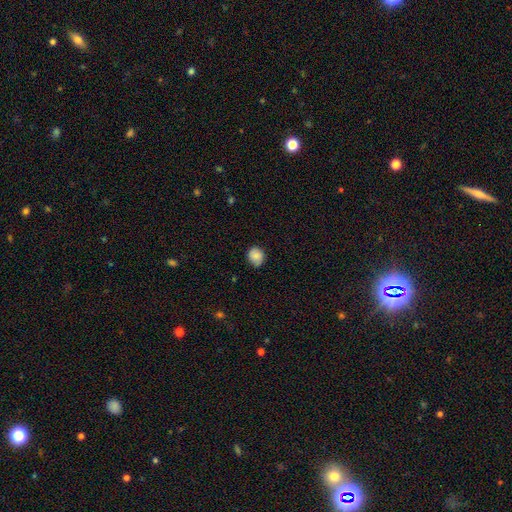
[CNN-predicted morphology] Smooth or featured: smooth — 83% (featured or disk — 9%)
How rounded: round — 70% (in between — 30%)
Merging: none — 80% (minor disturbance — 17%)